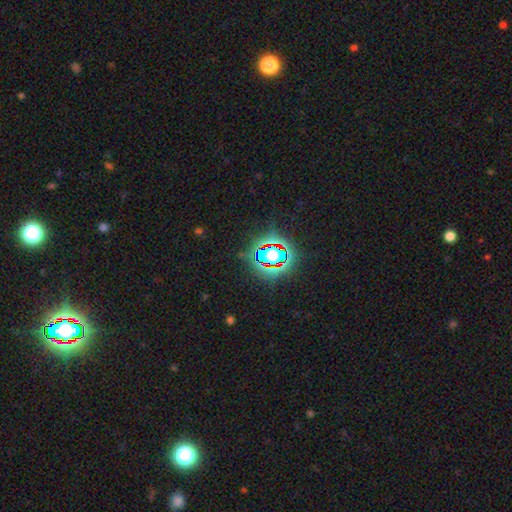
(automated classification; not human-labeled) Smooth or featured? star or artifact (81%)